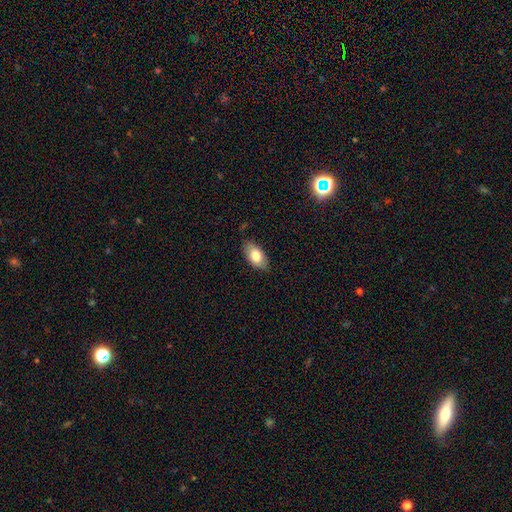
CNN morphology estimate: A smooth galaxy with no disk features (80%) that is in between round and cigar-shaped (93%).

Vote fractions:
- Smooth or featured? smooth: 80% / featured or disk: 14% / star or artifact: 6%
- How rounded? in between: 93% / cigar-shaped: 4% / round: 4%
- Merging? none: 82% / minor disturbance: 14% / major disturbance: 3% / merger: 1%